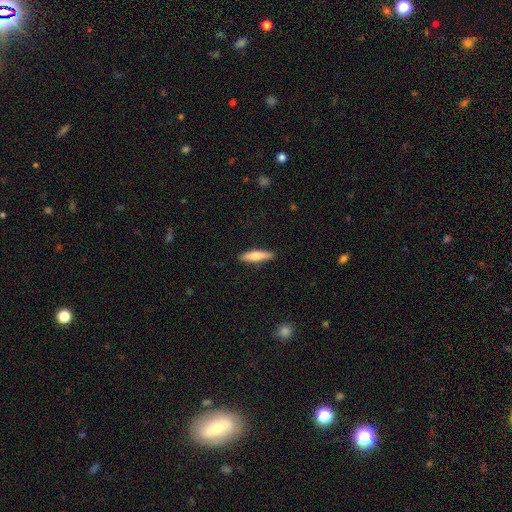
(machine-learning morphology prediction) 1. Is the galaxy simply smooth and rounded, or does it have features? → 67% smooth, 27% featured or disk, 5% star or artifact.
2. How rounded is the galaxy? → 76% cigar-shaped, 22% in between, 2% round.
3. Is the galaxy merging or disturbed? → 89% none, 8% minor disturbance, 2% major disturbance, 1% merger.